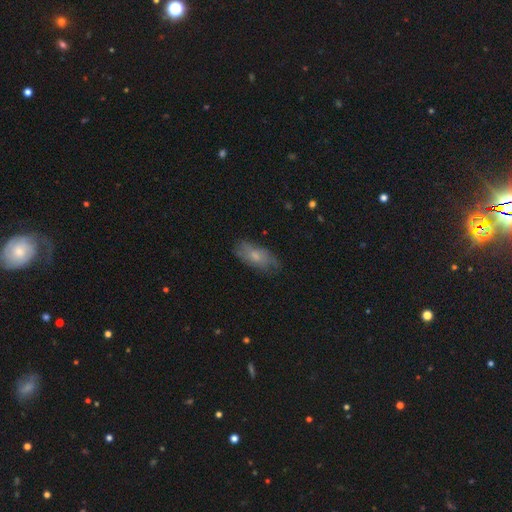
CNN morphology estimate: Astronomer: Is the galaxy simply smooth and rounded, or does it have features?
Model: smooth — 64%.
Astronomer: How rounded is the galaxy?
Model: in between — 85%.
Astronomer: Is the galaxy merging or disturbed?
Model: none — 71%.